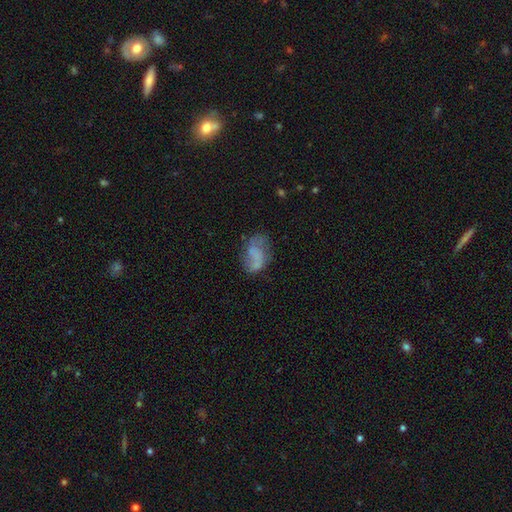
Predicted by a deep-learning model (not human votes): smooth-or-featured: featured or disk: 45% | smooth: 44% | star or artifact: 11%
  merging: none: 48% | minor disturbance: 26% | major disturbance: 18% | merger: 7%